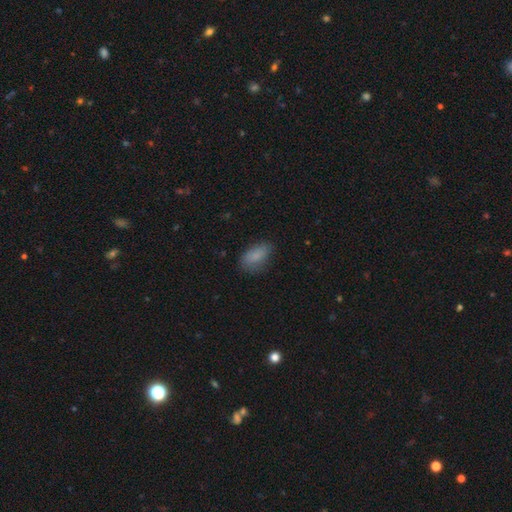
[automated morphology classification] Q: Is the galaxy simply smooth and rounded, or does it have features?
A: smooth — 83%.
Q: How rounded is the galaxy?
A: in between — 90%.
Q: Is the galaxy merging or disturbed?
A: none — 70%.